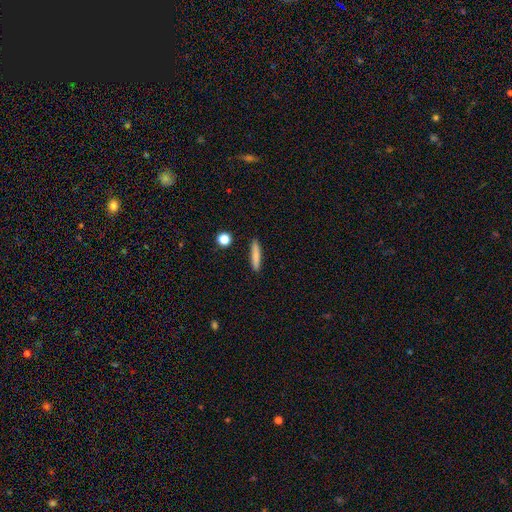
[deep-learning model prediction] Morphology: type=smooth (81%); roundness=cigar-shaped (90%); merging=none (89%).